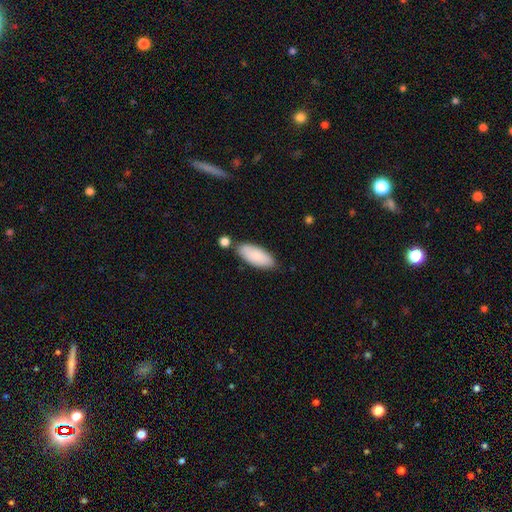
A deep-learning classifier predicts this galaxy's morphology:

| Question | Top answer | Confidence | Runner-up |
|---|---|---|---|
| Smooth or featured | smooth | 85% | featured or disk (9%) |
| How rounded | in between | 82% | cigar-shaped (16%) |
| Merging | none | 75% | minor disturbance (15%) |